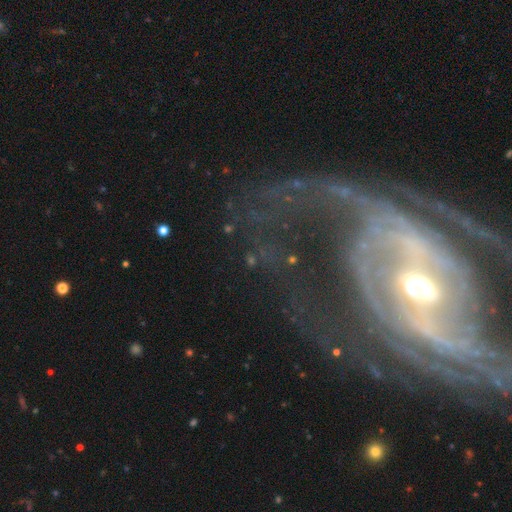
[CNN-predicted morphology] featured or disk 81%, star or artifact 10%, smooth 9%. Down the decision tree: edge-on disk — no (93%); bar — no (36%); spiral arms — yes (79%); spiral arm count — 2 (35%); spiral winding — medium (36%, tied with tight); bulge size — moderate (57%); merging — none (45%).